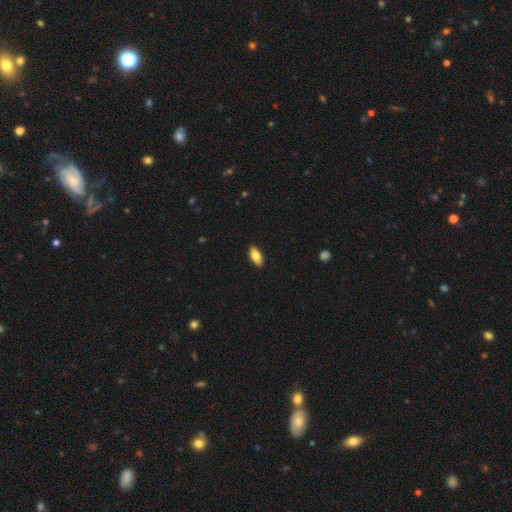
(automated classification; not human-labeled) Morphology: type=smooth (77%); roundness=in between (87%); merging=none (90%).